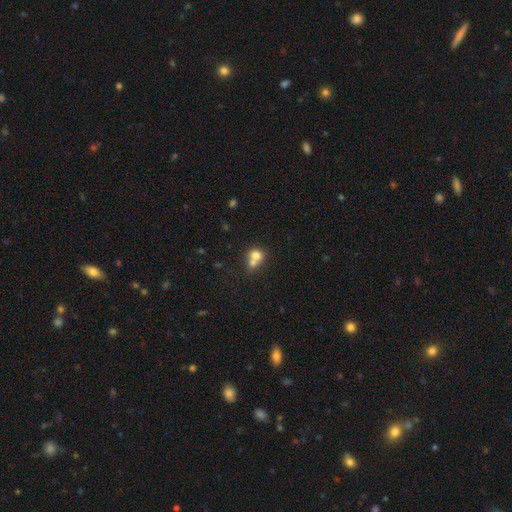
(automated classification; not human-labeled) smooth_or_featured: smooth (p=0.74) [alt: featured or disk p=0.15]
how_rounded: round (p=0.73) [alt: in between p=0.26]
merging: merger (p=0.61) [alt: none p=0.29]